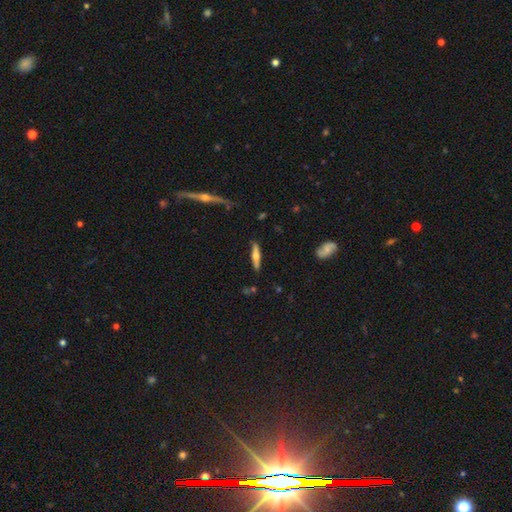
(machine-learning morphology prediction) type=featured or disk (48%); merging=none (86%).